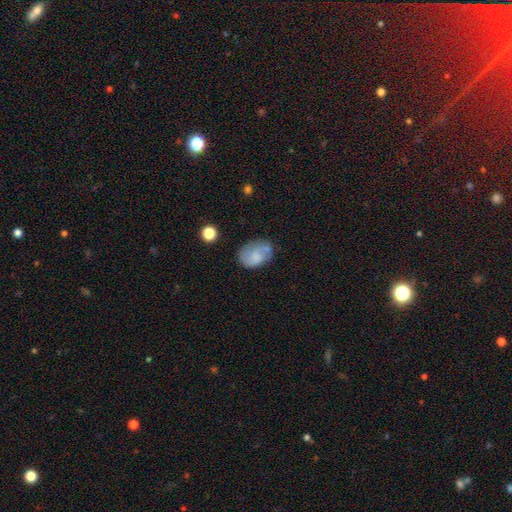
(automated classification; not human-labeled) This is likely a smooth galaxy (68%). How rounded: likely in between (75%). Merging: possibly none (52%).